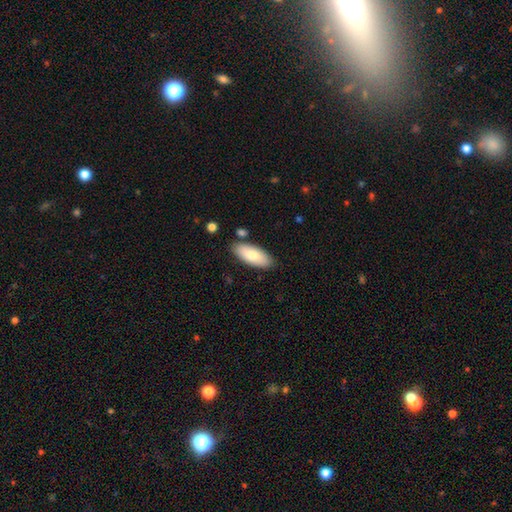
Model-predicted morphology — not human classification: smooth 77%, featured or disk 18%, star or artifact 6%. Down the decision tree: how rounded — in between (86%); merging — none (83%).